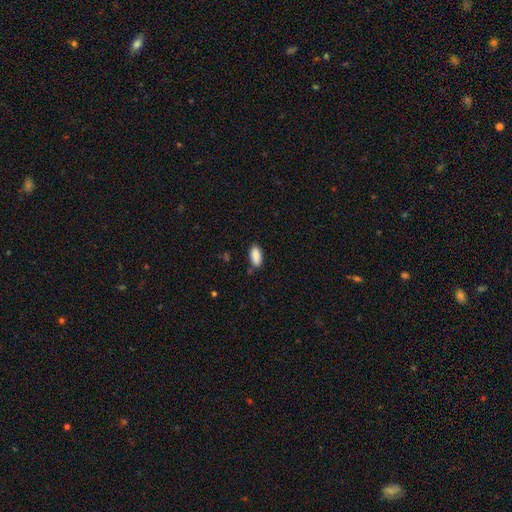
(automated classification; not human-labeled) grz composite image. It shows a smooth galaxy with no disk features (90%) that is in between round and cigar-shaped (90%). Merging: none (82%).